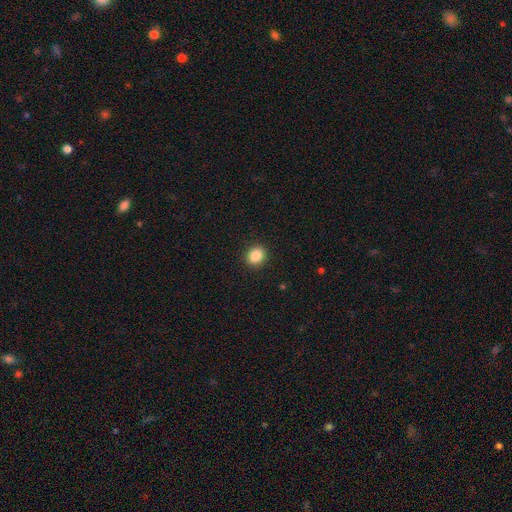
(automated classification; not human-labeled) Overall: smooth (86%). How rounded: round (72%). Merging: none (91%).